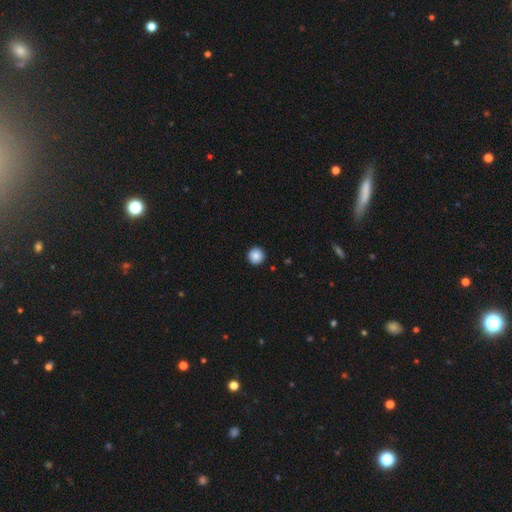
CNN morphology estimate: Smooth or featured? smooth (88%)
How rounded? round (96%)
Merging? none (93%)